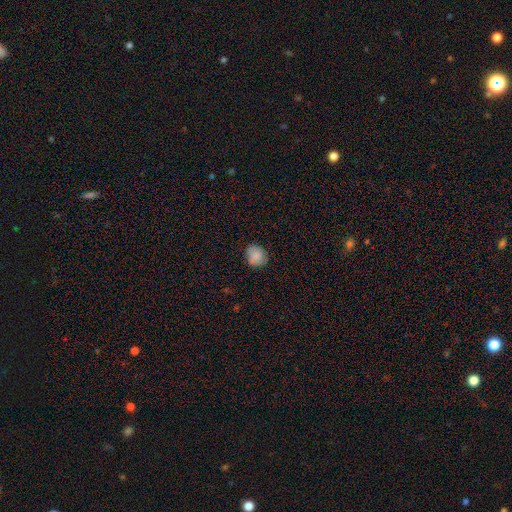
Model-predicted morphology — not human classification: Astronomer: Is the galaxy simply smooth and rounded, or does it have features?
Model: smooth — 84%.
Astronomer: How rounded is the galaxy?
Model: round — 76%.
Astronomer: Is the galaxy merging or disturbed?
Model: none — 80%.